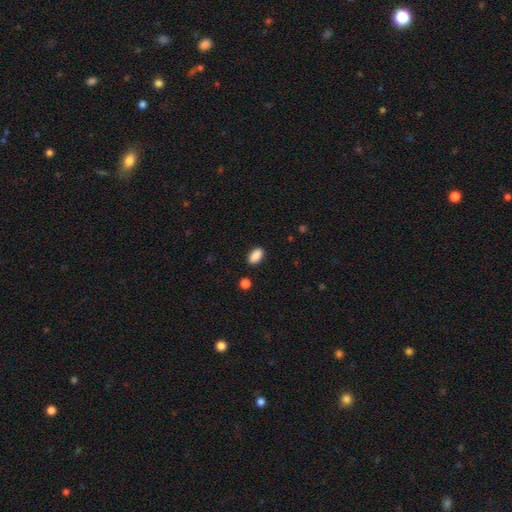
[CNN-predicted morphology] A smooth galaxy with no disk features (89%) that is in between round and cigar-shaped (92%). Merging: none (88%).